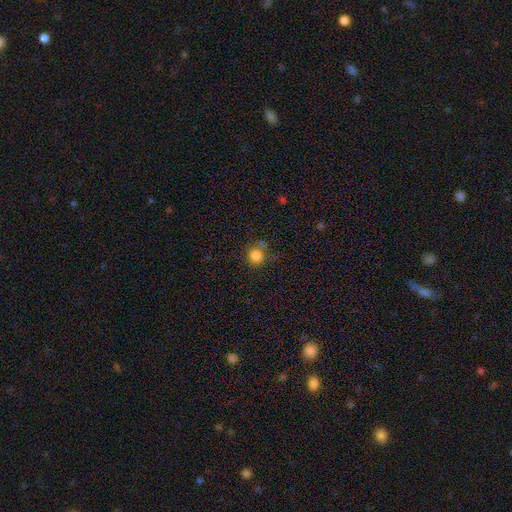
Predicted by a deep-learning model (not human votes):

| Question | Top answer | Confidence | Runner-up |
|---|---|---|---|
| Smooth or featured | smooth | 81% | star or artifact (13%) |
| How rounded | round | 87% | in between (12%) |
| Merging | none | 61% | minor disturbance (21%) |